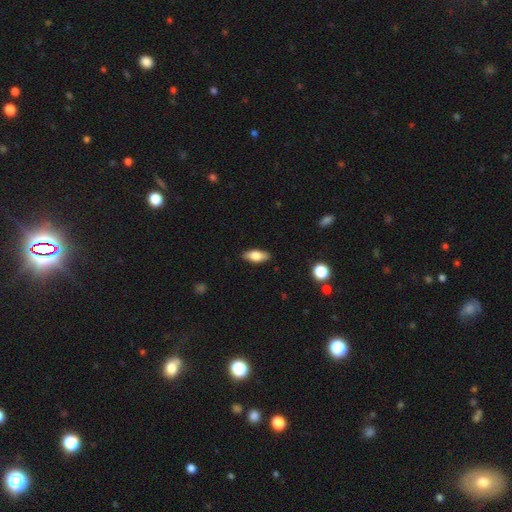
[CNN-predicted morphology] Smooth or featured? smooth (75%)
How rounded? in between (79%)
Merging? none (87%)